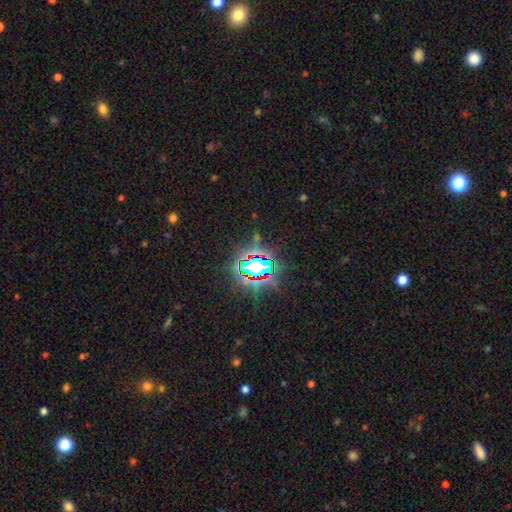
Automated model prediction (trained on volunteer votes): This appears to be a star or artifact, not a galaxy (78%).